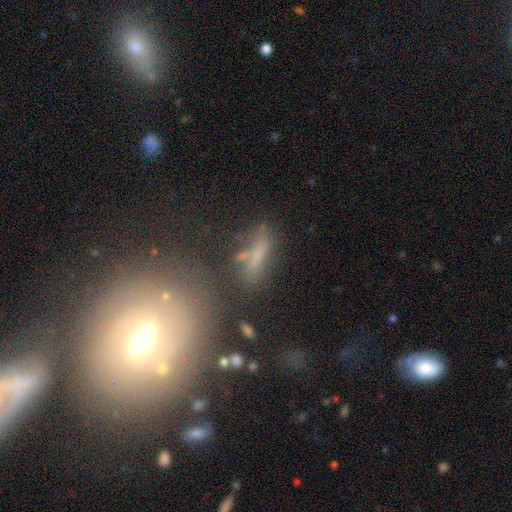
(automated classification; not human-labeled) This is likely a smooth galaxy (60%). How rounded: likely cigar-shaped (61%). Merging: possibly none (60%).